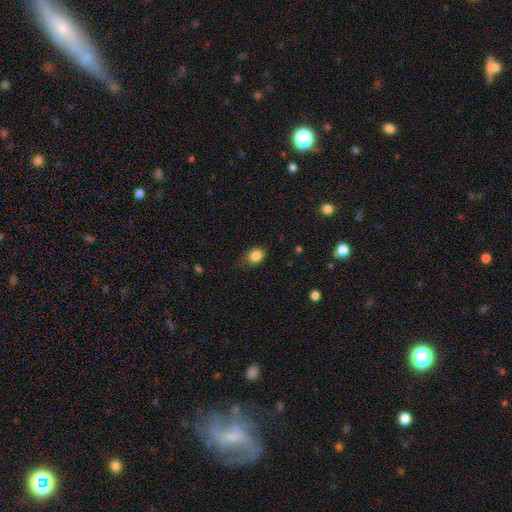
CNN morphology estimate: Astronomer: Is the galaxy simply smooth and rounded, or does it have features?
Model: smooth — 86%.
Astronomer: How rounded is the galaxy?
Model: in between — 58% (runner-up: round, 41%).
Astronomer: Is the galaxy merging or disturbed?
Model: none — 69%.